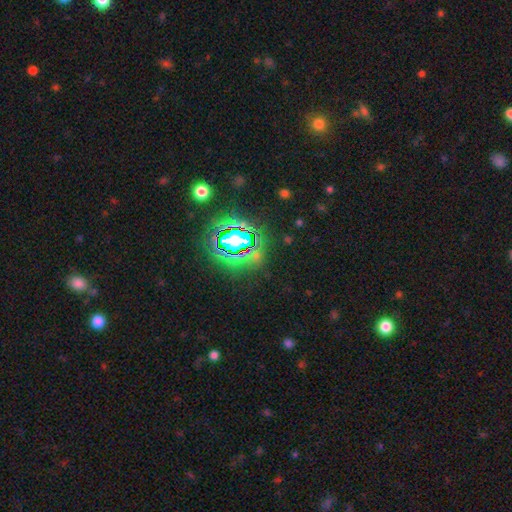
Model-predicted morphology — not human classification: This is likely a star or artifact rather than a galaxy (68%).